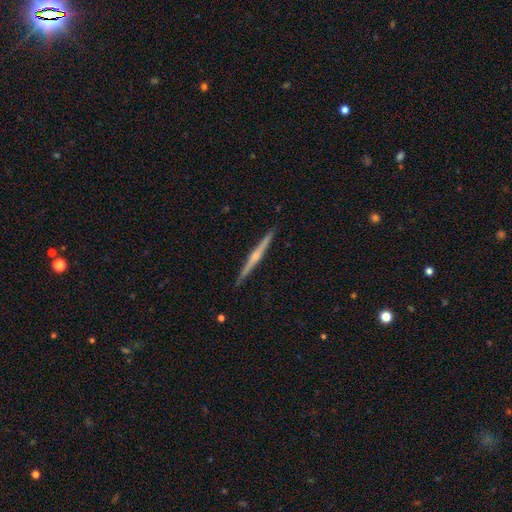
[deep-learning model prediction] The model was most divided on "edge-on bulge": rounded: 72%, none: 19%, boxy: 9%. More confident: edge-on disk — yes (99%); merging — none (92%); smooth or featured — featured or disk (75%).